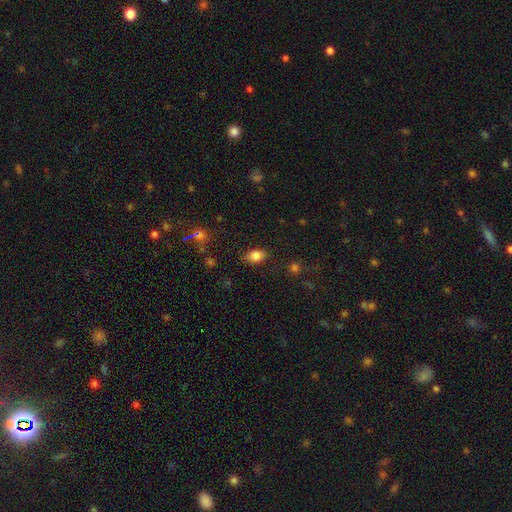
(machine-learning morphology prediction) Smooth or featured: smooth — 80% (star or artifact — 10%)
How rounded: in between — 83% (round — 15%)
Merging: none — 81% (minor disturbance — 14%)